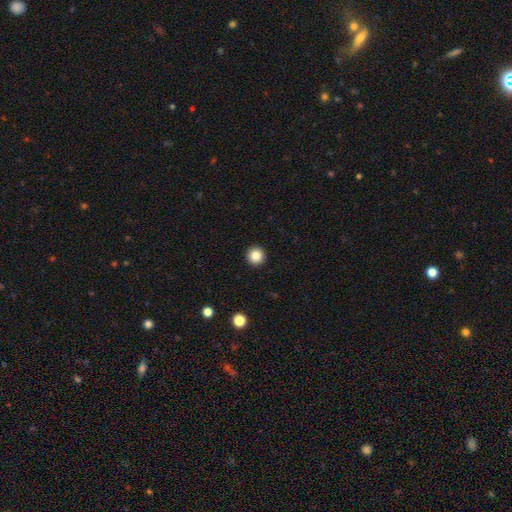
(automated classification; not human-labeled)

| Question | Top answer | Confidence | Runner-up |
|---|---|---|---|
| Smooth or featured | smooth | 86% | star or artifact (10%) |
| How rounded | round | 96% | in between (3%) |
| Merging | none | 94% | minor disturbance (4%) |